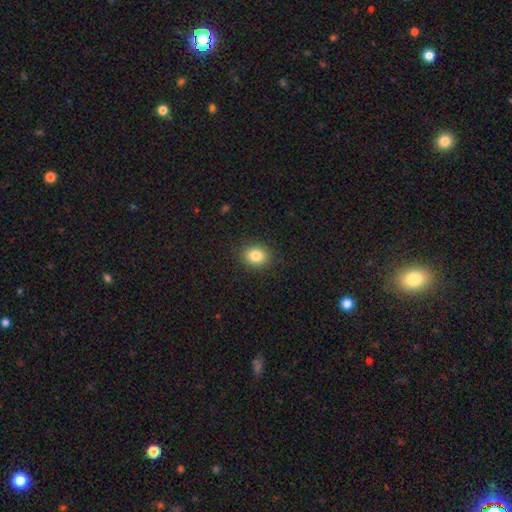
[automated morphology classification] The model was most divided on "how rounded": round: 61%, in between: 38%, cigar-shaped: 1%. More confident: merging — none (90%); smooth or featured — smooth (84%).